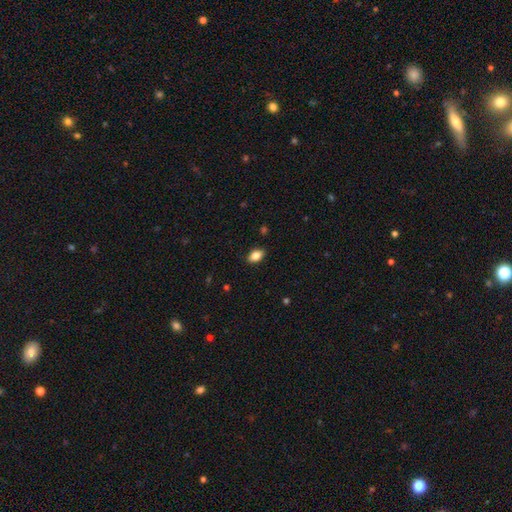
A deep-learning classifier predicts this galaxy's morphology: This is clearly a smooth galaxy (82%). How rounded: clearly in between (88%). Merging: clearly none (88%).